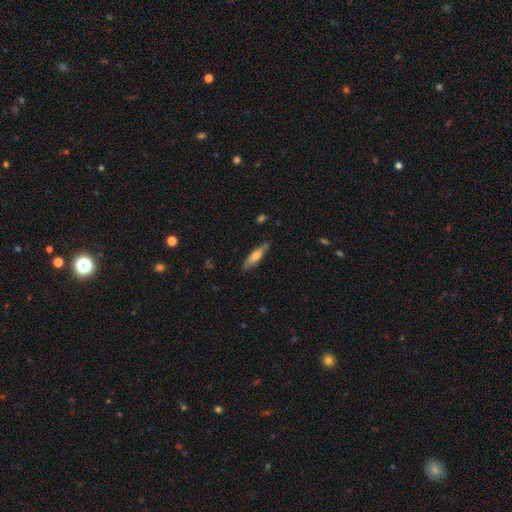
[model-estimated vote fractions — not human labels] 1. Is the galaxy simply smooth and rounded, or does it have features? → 60% smooth, 34% featured or disk, 6% star or artifact.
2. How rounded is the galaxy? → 65% cigar-shaped, 33% in between, 2% round.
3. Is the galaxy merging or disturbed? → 80% none, 16% minor disturbance, 3% major disturbance, 1% merger.